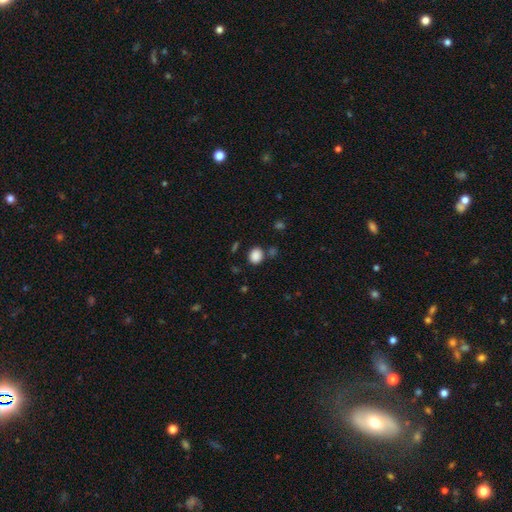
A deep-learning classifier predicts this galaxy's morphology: smooth-or-featured: smooth: 87% | star or artifact: 10% | featured or disk: 3%
  how-rounded: round: 63% | in between: 36% | cigar-shaped: 1%
  merging: none: 78% | minor disturbance: 10% | merger: 7% | major disturbance: 4%